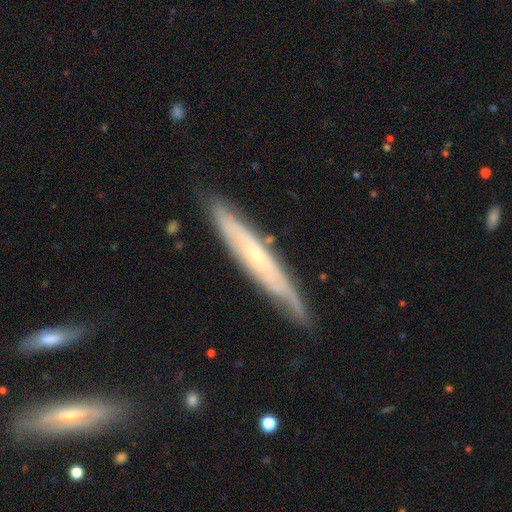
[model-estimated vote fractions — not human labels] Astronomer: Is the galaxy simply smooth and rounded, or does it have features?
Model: featured or disk — 69%.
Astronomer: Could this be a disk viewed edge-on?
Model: yes — 68%.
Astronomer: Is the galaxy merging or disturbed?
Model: none — 78%.